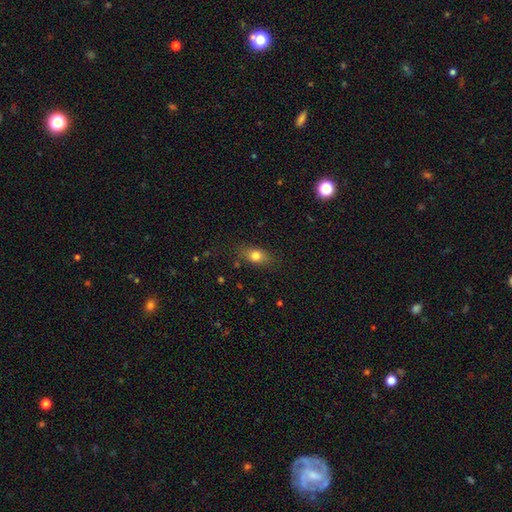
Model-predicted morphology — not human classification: Smooth or featured?
  - smooth: 77% *
  - featured or disk: 13%
  - star or artifact: 10%
How rounded?
  - in between: 74% *
  - round: 20%
  - cigar-shaped: 7%
Merging?
  - none: 78% *
  - minor disturbance: 16%
  - major disturbance: 4%
  - merger: 2%